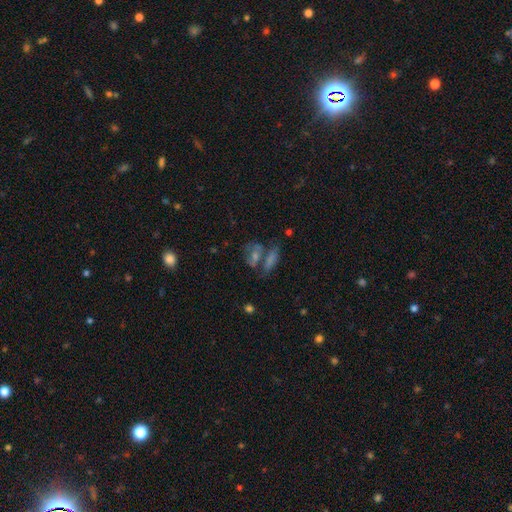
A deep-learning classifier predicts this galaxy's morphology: Smooth or featured: smooth — 43% (featured or disk — 35%)
Merging: none — 48% (merger — 31%)